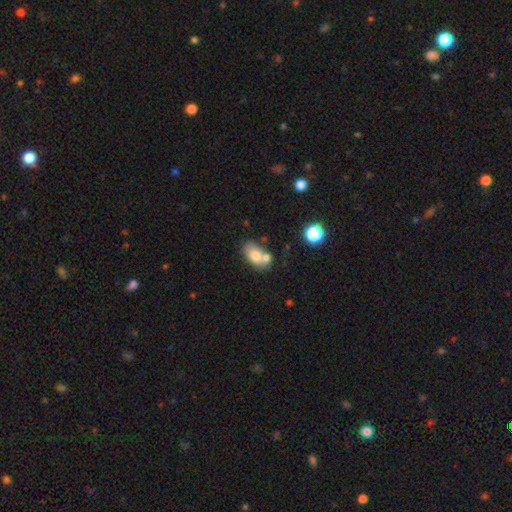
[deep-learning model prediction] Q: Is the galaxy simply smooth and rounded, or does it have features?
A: smooth — 74%.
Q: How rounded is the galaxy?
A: in between — 87%.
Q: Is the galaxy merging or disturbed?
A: none — 46%.